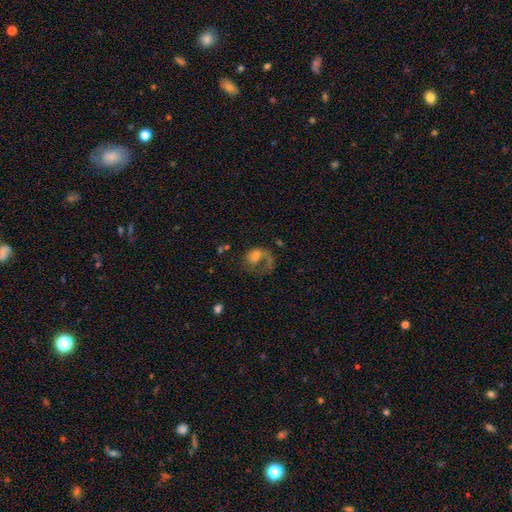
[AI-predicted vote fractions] Smooth or featured? featured or disk (57%)
Edge-on disk? no (97%)
Bar? no (75%)
Spiral arms? yes (75%)
Bulge size? moderate (41%)
Merging? major disturbance (50%)